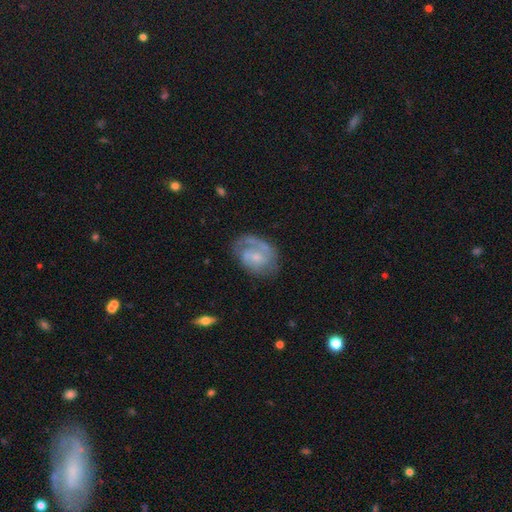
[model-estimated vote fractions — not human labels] featured or disk 70%, smooth 23%, star or artifact 7%. Down the decision tree: edge-on disk — no (97%); bar — no (60%); spiral arms — yes (82%); spiral arm count — 1 (39%); spiral winding — tight (42%); bulge size — small (59%); merging — none (58%).